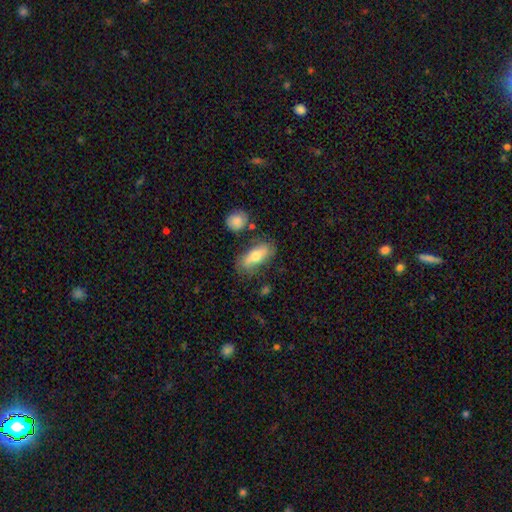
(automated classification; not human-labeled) Smooth or featured?
  - smooth: 63% *
  - featured or disk: 30%
  - star or artifact: 7%
How rounded?
  - in between: 76% *
  - cigar-shaped: 20%
  - round: 4%
Merging?
  - none: 70% *
  - minor disturbance: 19%
  - merger: 6%
  - major disturbance: 6%